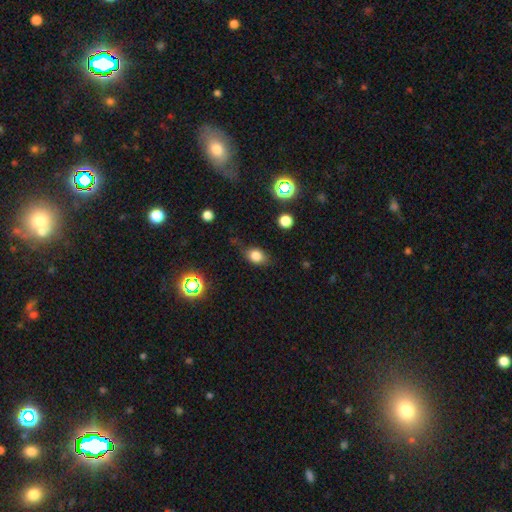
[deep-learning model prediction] Smooth or featured: smooth — 76% (star or artifact — 13%)
How rounded: in between — 66% (round — 31%)
Merging: none — 70% (minor disturbance — 22%)